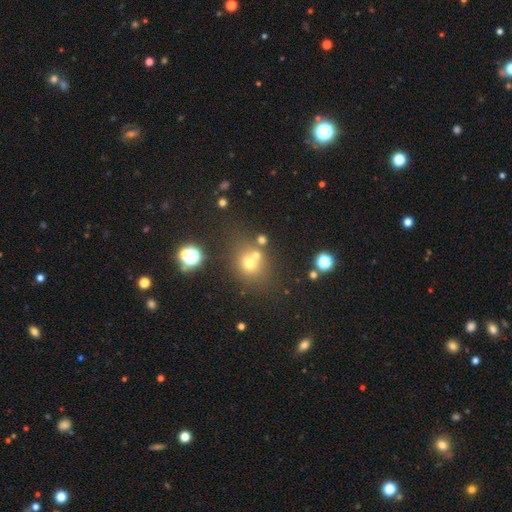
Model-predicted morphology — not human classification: A smooth galaxy with no disk features (64%) that is round (77%). Merging: none (55%).